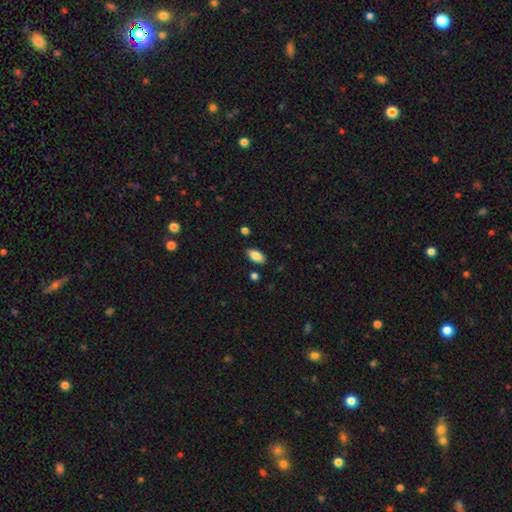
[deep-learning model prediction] A smooth galaxy with no disk features (87%) that is in between round and cigar-shaped (92%).

Vote fractions:
- Smooth or featured? smooth: 87% / star or artifact: 7% / featured or disk: 5%
- How rounded? in between: 92% / cigar-shaped: 5% / round: 3%
- Merging? none: 85% / minor disturbance: 10% / major disturbance: 2% / merger: 2%